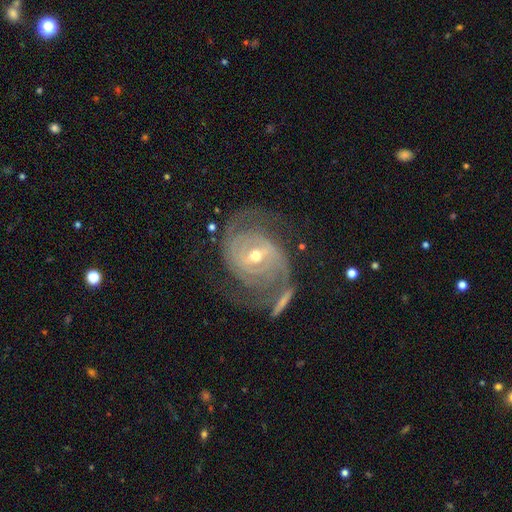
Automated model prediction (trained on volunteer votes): Morphology: type=featured or disk (89%); edge-on=no (96%); bar=weak (43%); spiral arms=yes (95%); winding=tight (55%); arm count=2 (62%); bulge=moderate (55%); merging=none (59%).